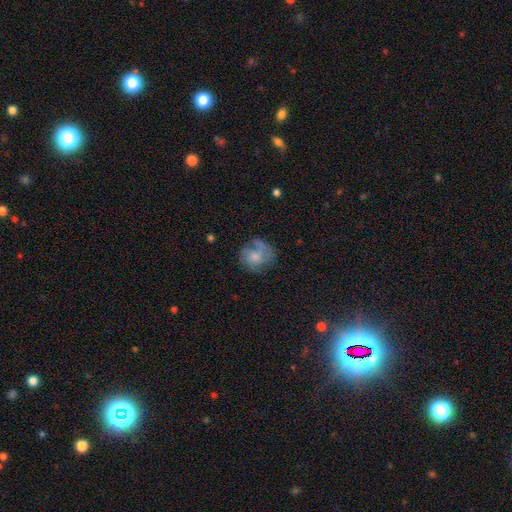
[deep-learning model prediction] smooth 46%, featured or disk 45%, star or artifact 9%. Down the decision tree: merging — none (53%).